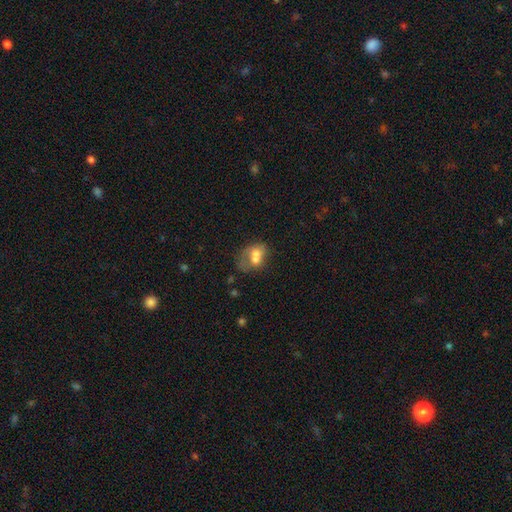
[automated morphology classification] Smooth or featured? Predicted: smooth (p=0.61). How rounded? Predicted: in between (p=0.68). Merging? Predicted: merger (p=0.53).